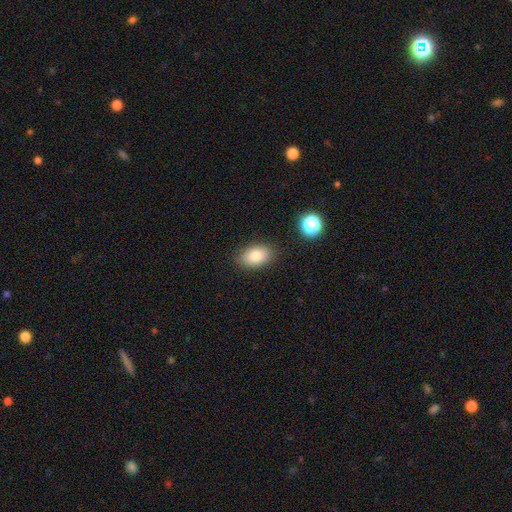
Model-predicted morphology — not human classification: Smooth or featured? smooth (82%)
How rounded? in between (87%)
Merging? none (85%)